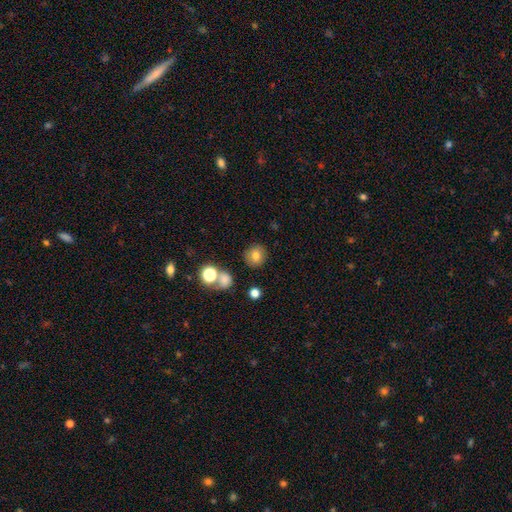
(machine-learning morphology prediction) This is likely a smooth galaxy (77%). How rounded: clearly round (91%). Merging: clearly none (85%).